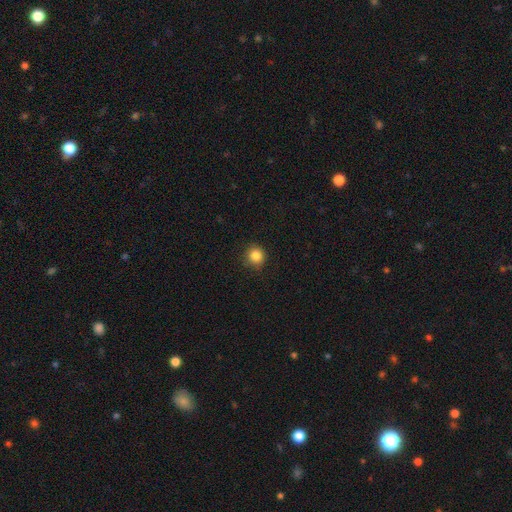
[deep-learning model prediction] Smooth or featured?
  - smooth: 85% *
  - star or artifact: 11%
  - featured or disk: 4%
How rounded?
  - round: 92% *
  - in between: 7%
  - cigar-shaped: 1%
Merging?
  - none: 87% *
  - minor disturbance: 10%
  - major disturbance: 2%
  - merger: 1%